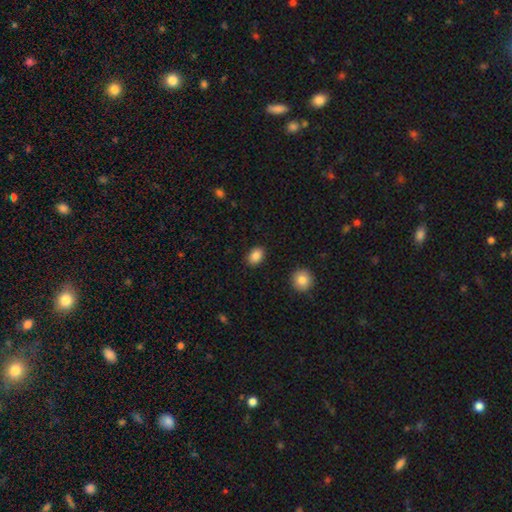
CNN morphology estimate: Smooth or featured? Predicted: smooth (p=0.88). How rounded? Predicted: in between (p=0.73). Merging? Predicted: none (p=0.89).